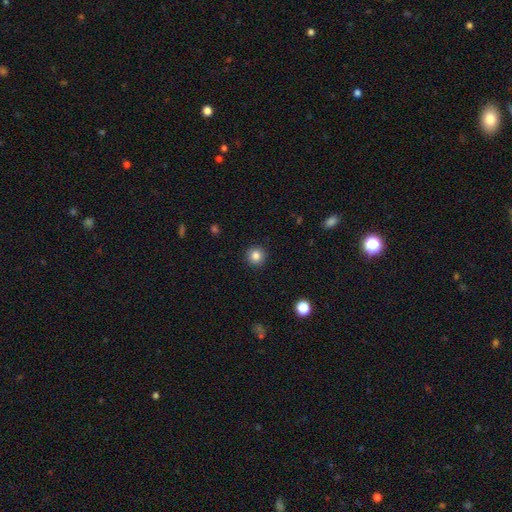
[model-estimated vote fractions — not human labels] This is clearly a smooth galaxy (84%). How rounded: clearly round (95%). Merging: clearly none (92%).